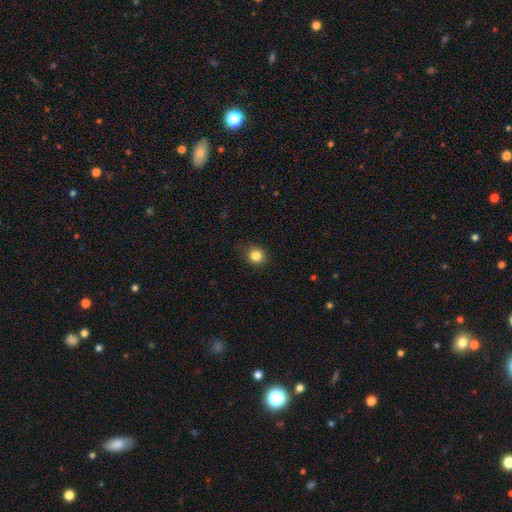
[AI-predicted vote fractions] Smooth or featured: smooth — 84% (star or artifact — 11%)
How rounded: round — 87% (in between — 12%)
Merging: none — 88% (minor disturbance — 9%)